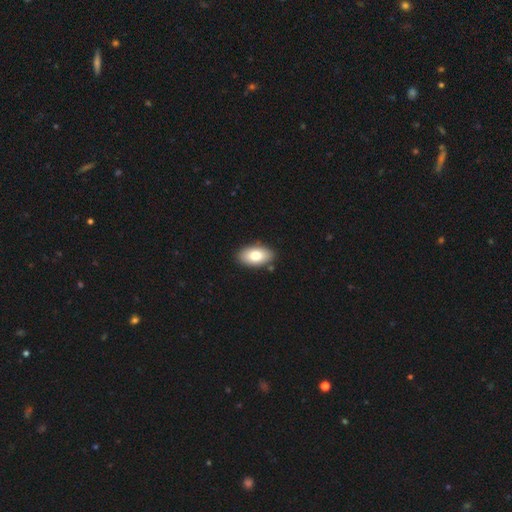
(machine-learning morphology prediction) This is likely a smooth galaxy (78%). How rounded: clearly in between (94%). Merging: clearly none (86%).